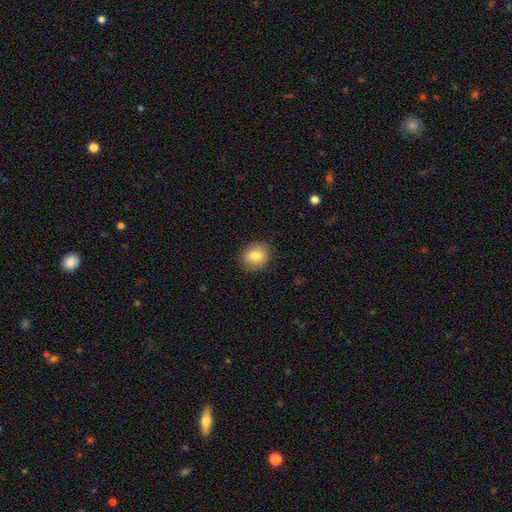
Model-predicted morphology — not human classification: This appears to be a smooth galaxy with no disk features (80%) that is round (62%). Merging: none (88%).